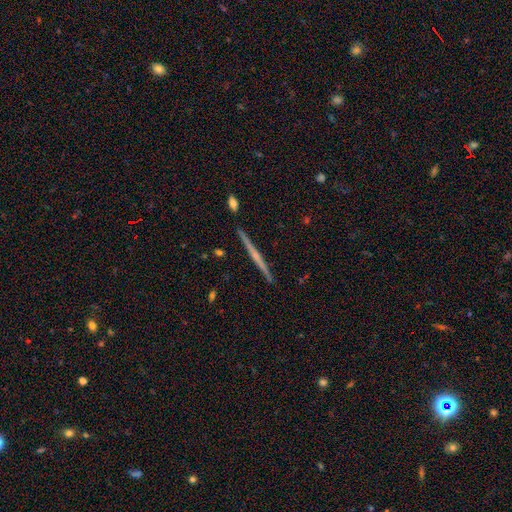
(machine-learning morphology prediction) smooth_or_featured: featured or disk (p=0.71) [alt: smooth p=0.23]
disk_edge_on: yes (p=0.98) [alt: no p=0.02]
edge_on_bulge: none (p=0.51) [alt: rounded p=0.41]
merging: none (p=0.92) [alt: minor disturbance p=0.06]